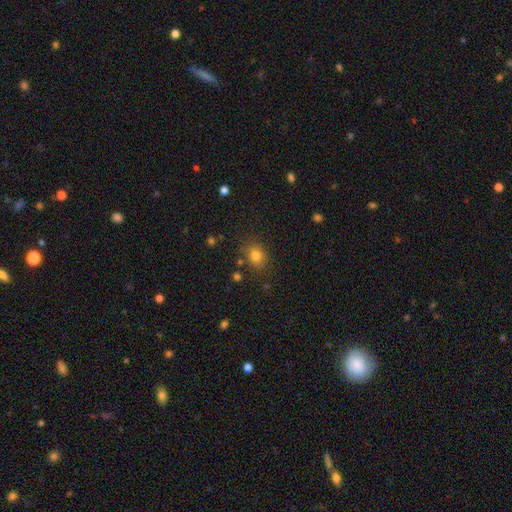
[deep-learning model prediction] Overall: smooth (78%). How rounded: round (58%; in between 41%). Merging: none (82%).